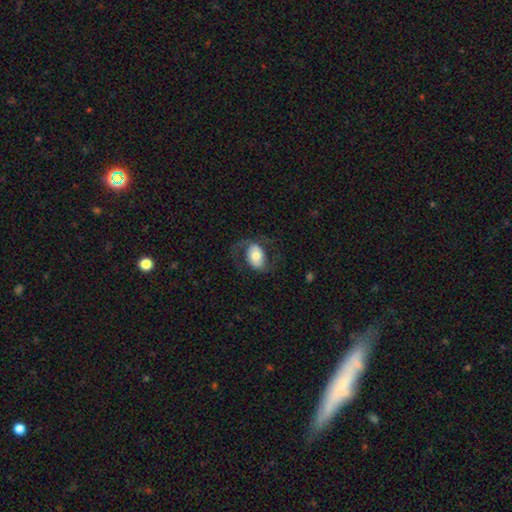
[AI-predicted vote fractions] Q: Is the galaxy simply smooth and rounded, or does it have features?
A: featured or disk — 49%.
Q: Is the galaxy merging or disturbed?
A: none — 63%.